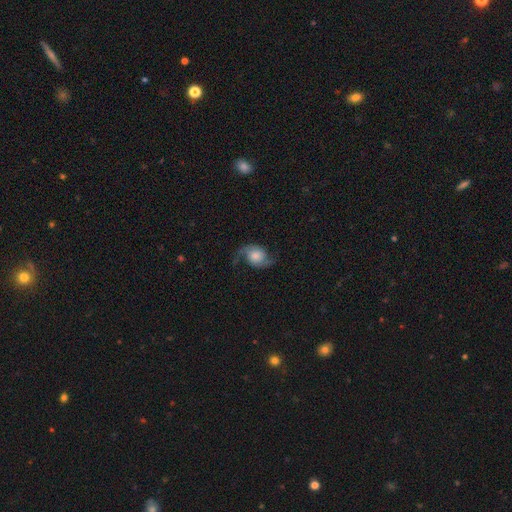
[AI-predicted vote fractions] Smooth or featured?
  - featured or disk: 78% *
  - smooth: 15%
  - star or artifact: 7%
Edge-on disk?
  - no: 97% *
  - yes: 3%
Bar?
  - no: 70% *
  - weak: 24%
  - strong: 5%
Spiral arms?
  - yes: 96% *
  - no: 4%
Spiral winding?
  - loose: 68% *
  - medium: 26%
  - tight: 6%
Spiral arm count?
  - 2: 93% *
  - 1: 3%
  - can't tell: 2%
  - 3: 1%
  - 4: 1%
  - more than 4: 1%
Bulge size?
  - moderate: 29% * (tied)
  - large: 29% * (tied)
  - small: 20%
  - none: 11%
  - dominant: 11%
Merging?
  - none: 71% *
  - minor disturbance: 17%
  - major disturbance: 11%
  - merger: 1%